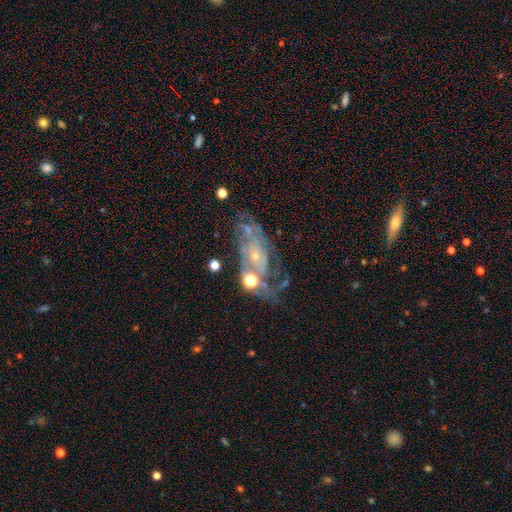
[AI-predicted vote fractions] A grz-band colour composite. It shows a featured or disk galaxy (79%) with no bar (72%), tight (52%) spiral arms (87%) and a small central bulge (74%). Merging: none (51%).